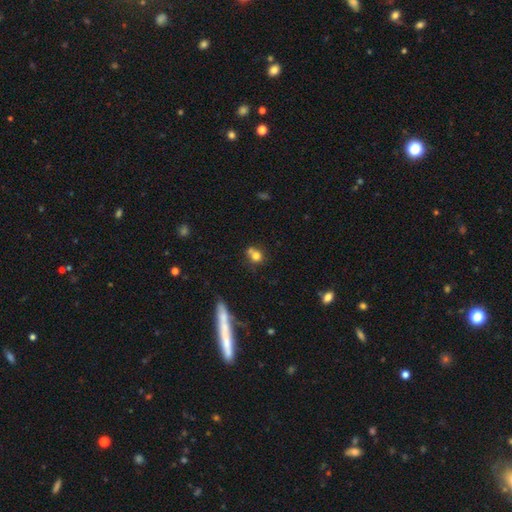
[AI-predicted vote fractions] Morphology: type=smooth (74%); roundness=round (73%); merging=none (43%).